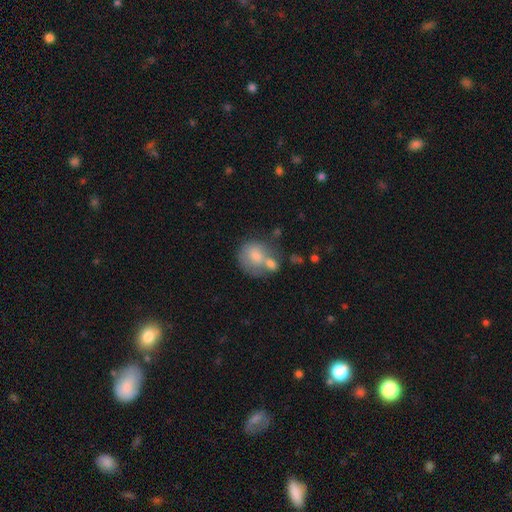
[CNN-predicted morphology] Smooth or featured? smooth (73%)
How rounded? round (72%)
Merging? merger (46%)